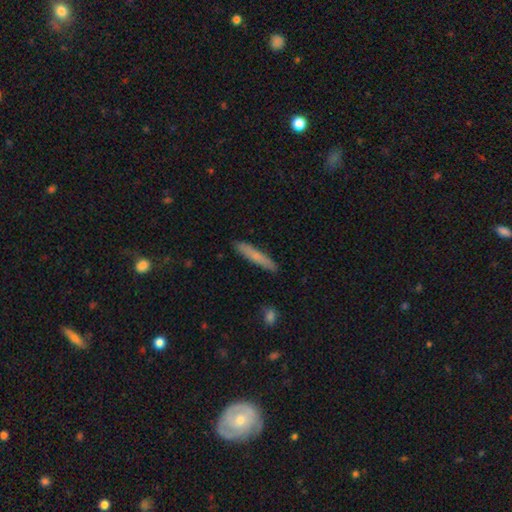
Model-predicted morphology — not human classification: Overall: smooth (71%). How rounded: cigar-shaped (94%). Merging: none (89%).